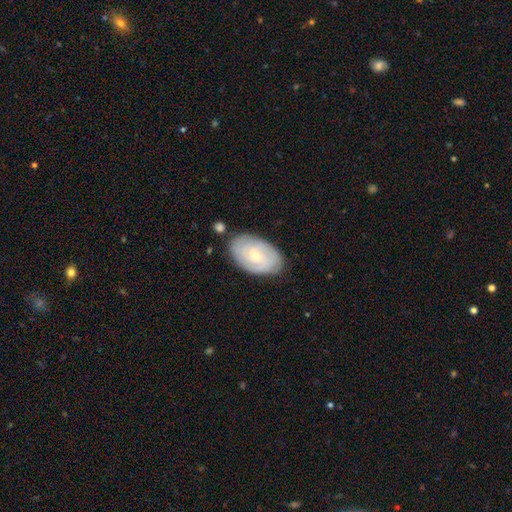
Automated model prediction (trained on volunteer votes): featured or disk 57%, smooth 37%, star or artifact 7%. Down the decision tree: edge-on disk — no (94%); bar — no (62%); spiral arms — yes (72%); bulge size — small (63%); merging — none (79%).